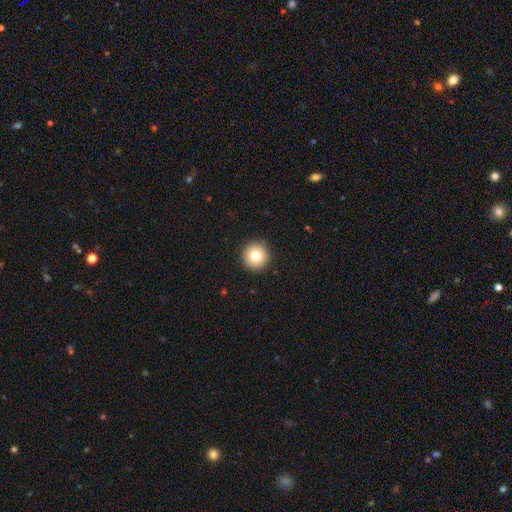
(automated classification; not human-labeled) smooth_or_featured: smooth (p=0.79) [alt: star or artifact p=0.10]
how_rounded: round (p=0.96) [alt: in between p=0.03]
merging: none (p=0.93) [alt: minor disturbance p=0.04]